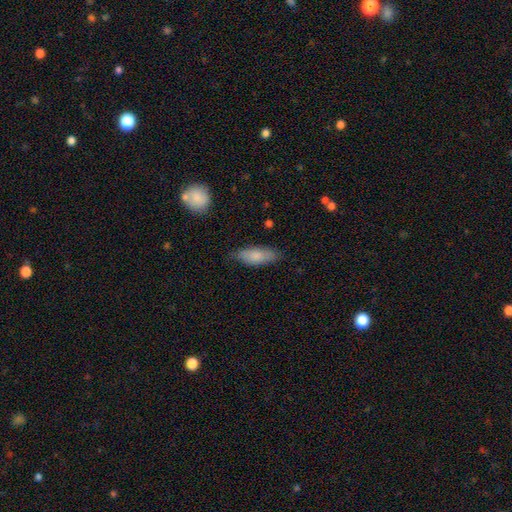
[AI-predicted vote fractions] Smooth or featured: smooth — 78% (featured or disk — 16%)
How rounded: in between — 71% (cigar-shaped — 27%)
Merging: none — 76% (minor disturbance — 19%)